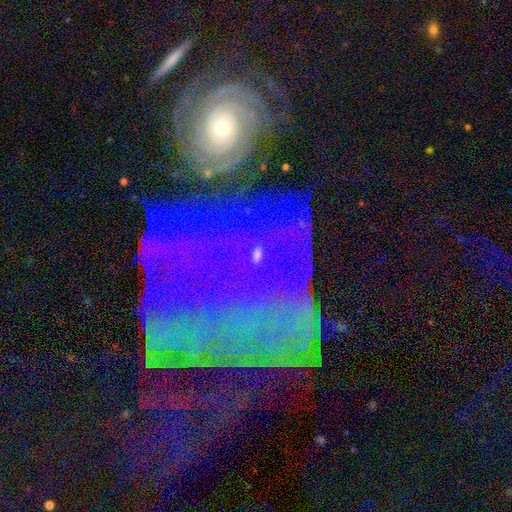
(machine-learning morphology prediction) Smooth or featured: featured or disk — 55% (star or artifact — 25%)
Edge-on disk: no — 93% (yes — 7%)
Bar: no — 77% (weak — 14%)
Spiral arms: yes — 57% (no — 43%)
Bulge size: small — 43% (moderate — 32%)
Merging: none — 40% (major disturbance — 28%)